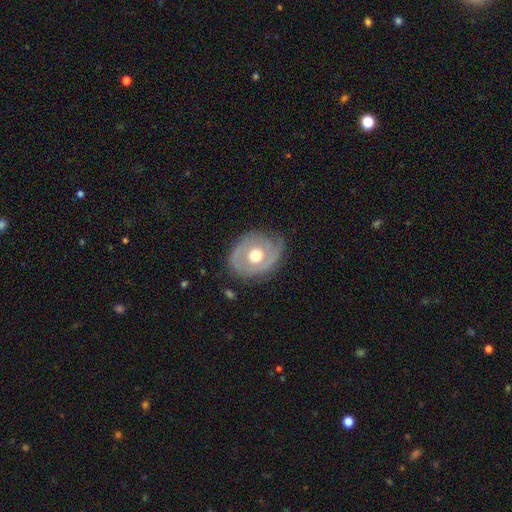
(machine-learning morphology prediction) Q: Smooth or featured?
A: featured or disk (64%); runner-up: smooth (30%)
Q: Edge-on disk?
A: no (95%); runner-up: yes (5%)
Q: Bar?
A: no (86%); runner-up: weak (11%)
Q: Spiral arms?
A: yes (54%); runner-up: no (46%)
Q: Bulge size?
A: moderate (75%); runner-up: large (15%)
Q: Merging?
A: none (67%); runner-up: minor disturbance (22%)